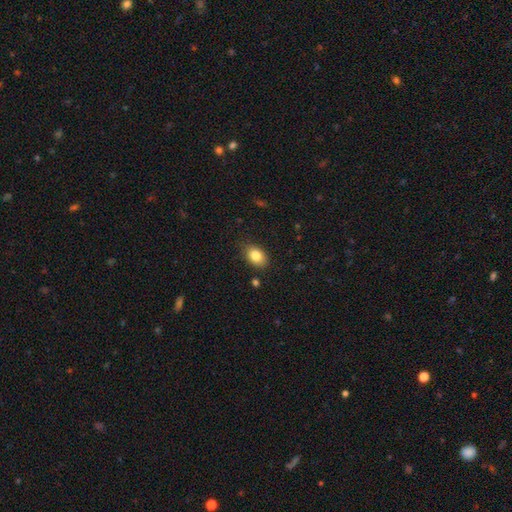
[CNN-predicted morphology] type=smooth (84%); roundness=in between (81%); merging=none (82%).